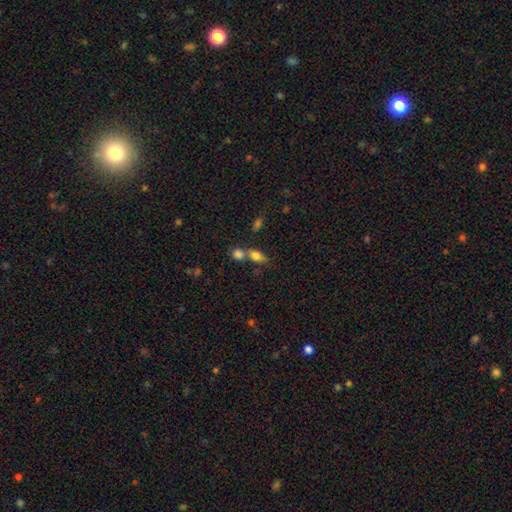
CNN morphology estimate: A smooth galaxy with no disk features (78%) that is in between round and cigar-shaped (75%).

Vote fractions:
- Smooth or featured? smooth: 78% / featured or disk: 12% / star or artifact: 11%
- How rounded? in between: 75% / round: 18% / cigar-shaped: 7%
- Merging? merger: 45% / none: 40% / minor disturbance: 10% / major disturbance: 5%